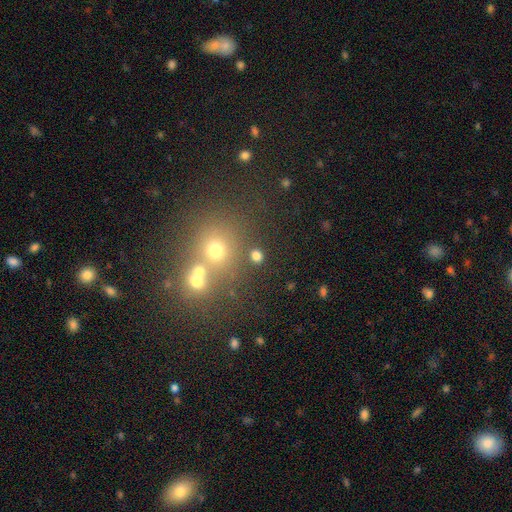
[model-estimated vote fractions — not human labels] smooth_or_featured: smooth (p=0.74) [alt: star or artifact p=0.19]
how_rounded: round (p=0.80) [alt: in between p=0.18]
merging: none (p=0.77) [alt: merger p=0.12]